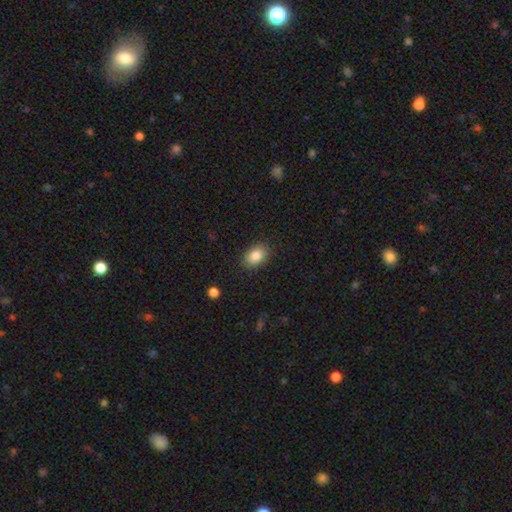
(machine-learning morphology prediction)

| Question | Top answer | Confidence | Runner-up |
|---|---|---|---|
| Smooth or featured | smooth | 85% | star or artifact (8%) |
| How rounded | in between | 80% | round (19%) |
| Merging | none | 87% | minor disturbance (9%) |